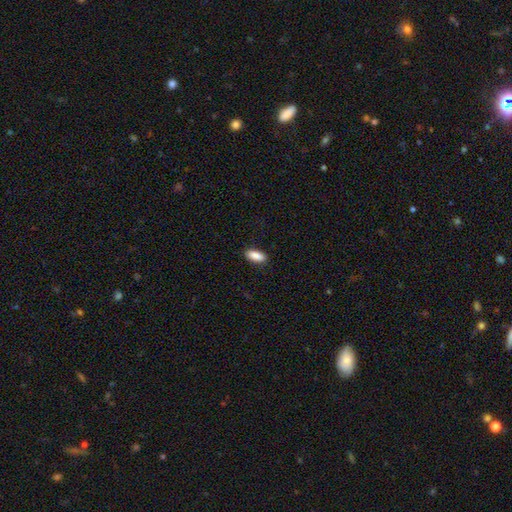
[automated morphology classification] Smooth or featured?
  - smooth: 90% *
  - star or artifact: 6%
  - featured or disk: 4%
How rounded?
  - in between: 83% *
  - cigar-shaped: 15%
  - round: 2%
Merging?
  - none: 88% *
  - minor disturbance: 9%
  - major disturbance: 2%
  - merger: 1%